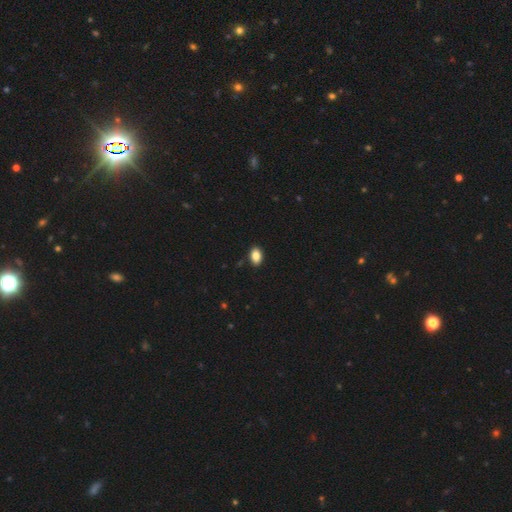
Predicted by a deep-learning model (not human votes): smooth 86%, star or artifact 9%, featured or disk 5%. Down the decision tree: how rounded — in between (86%); merging — none (90%).